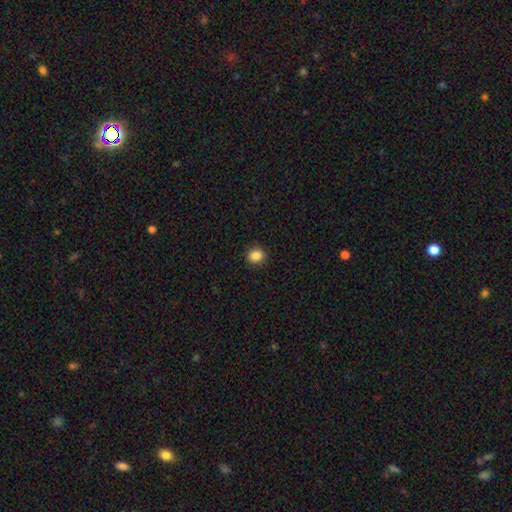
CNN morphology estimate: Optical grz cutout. It shows a smooth galaxy with no disk features (87%) that is round (69%). Merging: none (91%).